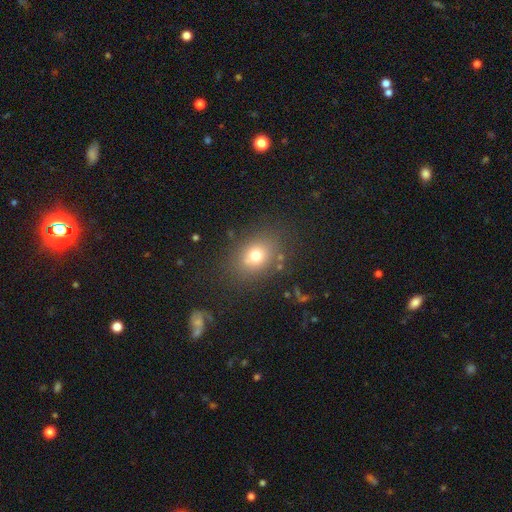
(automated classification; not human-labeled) Smooth or featured? smooth (73%)
How rounded? in between (53%)
Merging? none (79%)